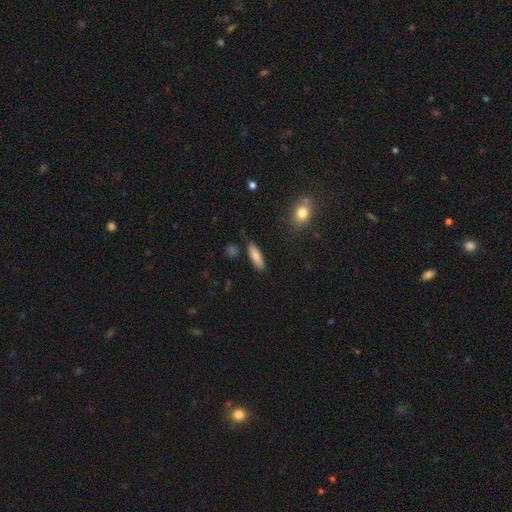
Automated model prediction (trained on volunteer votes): smooth-or-featured: smooth: 83% | featured or disk: 10% | star or artifact: 7%
  how-rounded: cigar-shaped: 50% | in between: 48% | round: 2%
  merging: none: 82% | minor disturbance: 13% | major disturbance: 3% | merger: 3%